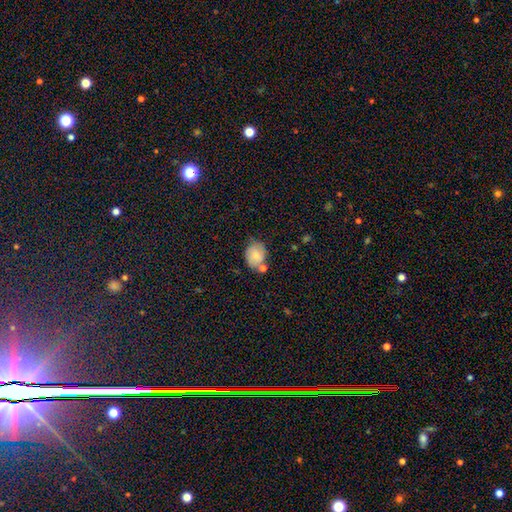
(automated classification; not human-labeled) Overall: smooth (73%). How rounded: in between (59%; round 40%). Merging: none (58%; minor disturbance 22%).